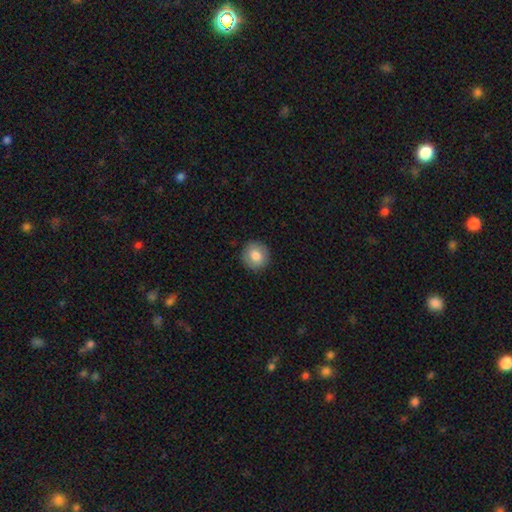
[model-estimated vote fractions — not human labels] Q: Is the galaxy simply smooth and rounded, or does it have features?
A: smooth — 80%.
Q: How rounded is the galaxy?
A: round — 91%.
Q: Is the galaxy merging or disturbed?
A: none — 90%.